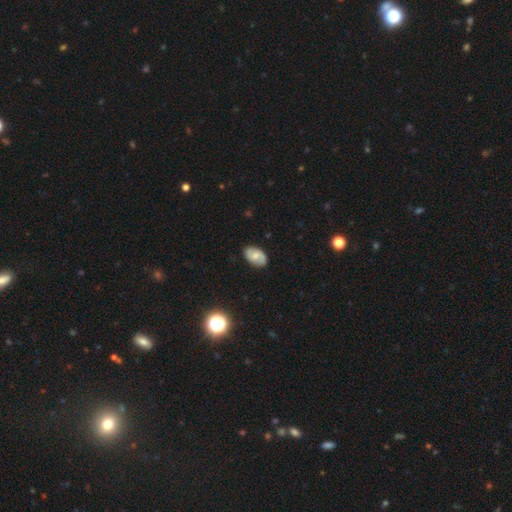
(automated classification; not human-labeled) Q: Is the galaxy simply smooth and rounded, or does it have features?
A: smooth — 50%.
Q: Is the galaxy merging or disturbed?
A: none — 81%.